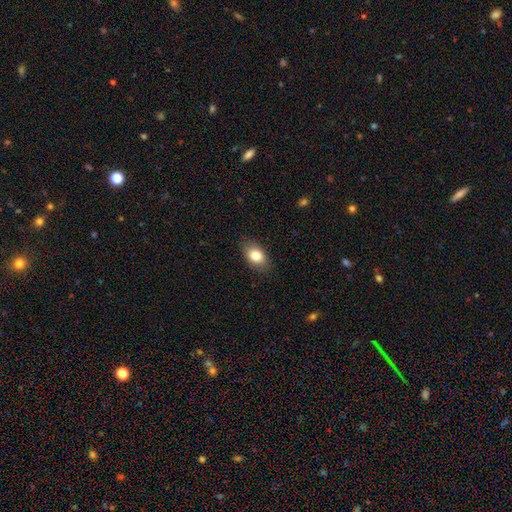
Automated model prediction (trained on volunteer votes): Q: Smooth or featured?
A: smooth (81%); runner-up: featured or disk (11%)
Q: How rounded?
A: in between (87%); runner-up: round (11%)
Q: Merging?
A: none (85%); runner-up: minor disturbance (12%)